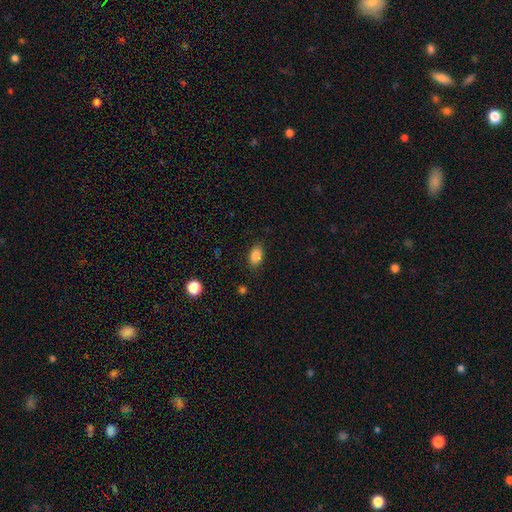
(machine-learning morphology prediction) smooth 86%, star or artifact 9%, featured or disk 5%. Down the decision tree: how rounded — in between (86%); merging — none (84%).